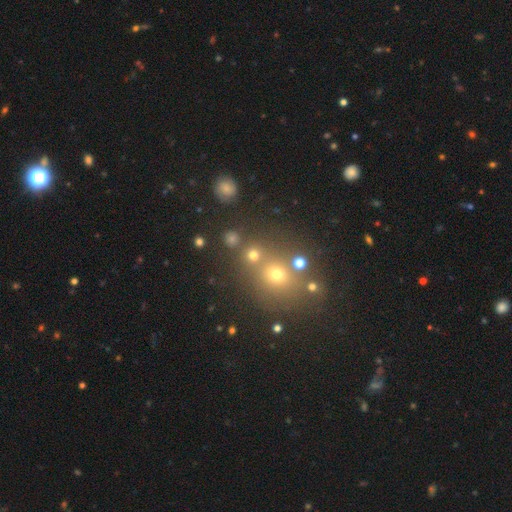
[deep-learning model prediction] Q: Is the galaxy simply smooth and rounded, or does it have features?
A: smooth — 46%.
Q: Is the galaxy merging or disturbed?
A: none — 63%.